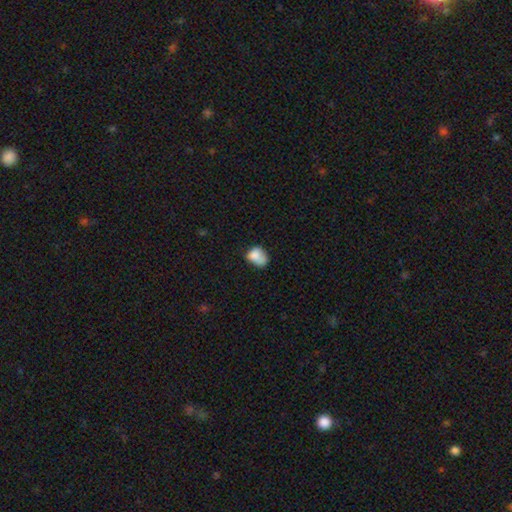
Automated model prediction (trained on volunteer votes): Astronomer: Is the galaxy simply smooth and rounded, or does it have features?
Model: smooth — 77%.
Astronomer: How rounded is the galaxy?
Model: in between — 65%.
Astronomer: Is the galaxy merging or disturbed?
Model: minor disturbance — 36% (runner-up: none, 34%).